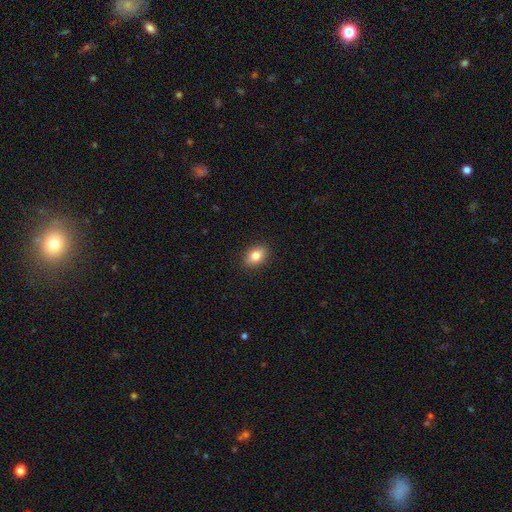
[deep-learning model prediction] Smooth or featured? smooth (82%)
How rounded? in between (79%)
Merging? none (90%)